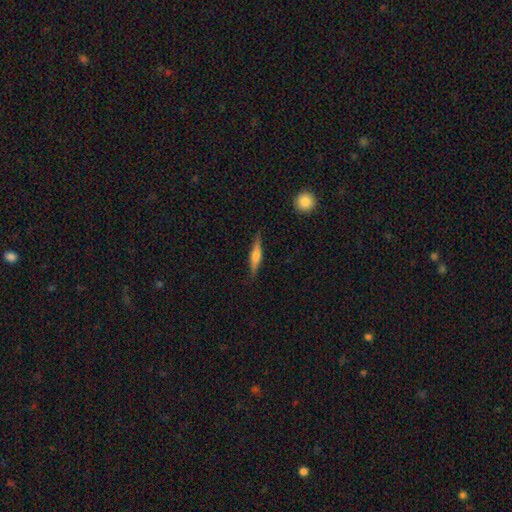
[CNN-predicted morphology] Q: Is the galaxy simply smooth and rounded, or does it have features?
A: featured or disk — 50%.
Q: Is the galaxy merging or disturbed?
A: none — 85%.